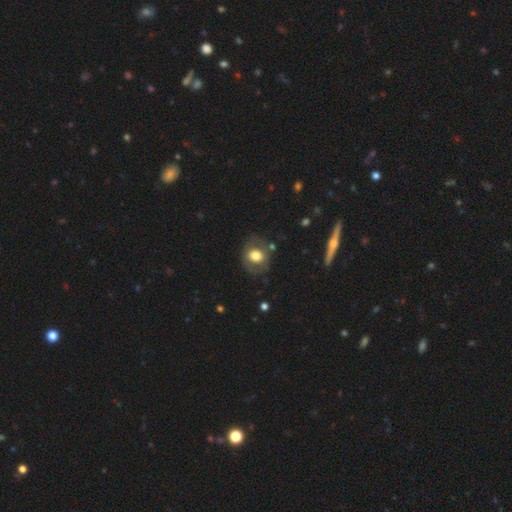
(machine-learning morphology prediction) Q: Smooth or featured?
A: smooth (61%); runner-up: featured or disk (31%)
Q: How rounded?
A: round (66%); runner-up: in between (33%)
Q: Merging?
A: none (73%); runner-up: minor disturbance (16%)